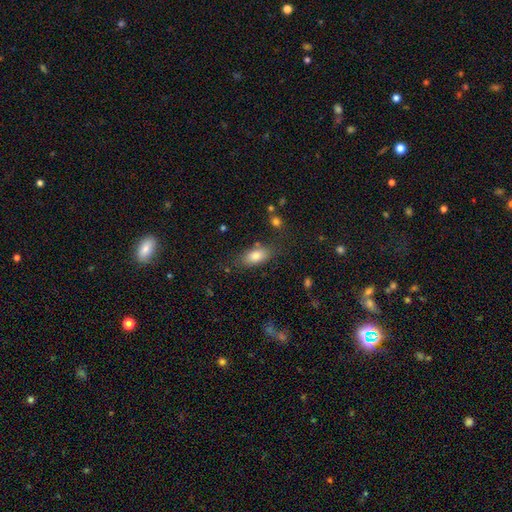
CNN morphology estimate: smooth_or_featured: smooth (p=0.80) [alt: featured or disk p=0.11]
how_rounded: in between (p=0.86) [alt: cigar-shaped p=0.07]
merging: none (p=0.76) [alt: minor disturbance p=0.15]